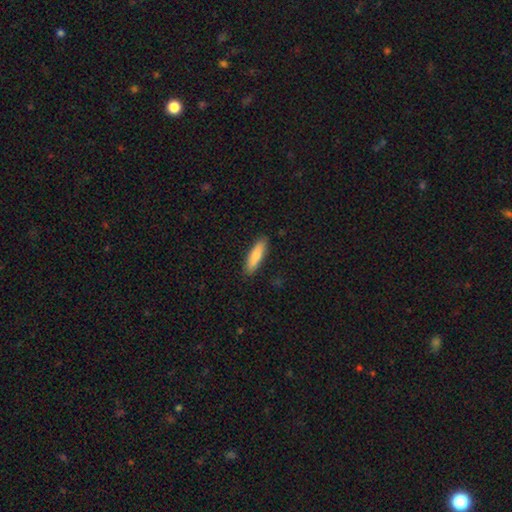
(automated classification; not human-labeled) Smooth or featured?
  - smooth: 81% *
  - featured or disk: 13%
  - star or artifact: 6%
How rounded?
  - cigar-shaped: 65% *
  - in between: 33%
  - round: 2%
Merging?
  - none: 88% *
  - minor disturbance: 9%
  - major disturbance: 2%
  - merger: 1%